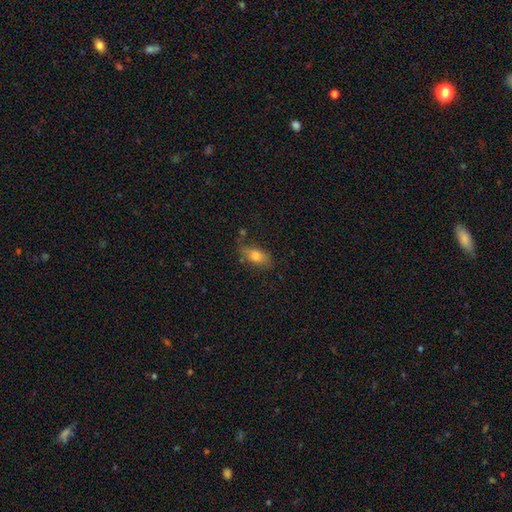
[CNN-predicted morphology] Smooth or featured? Predicted: smooth (p=0.71). How rounded? Predicted: in between (p=0.81). Merging? Predicted: none (p=0.62).